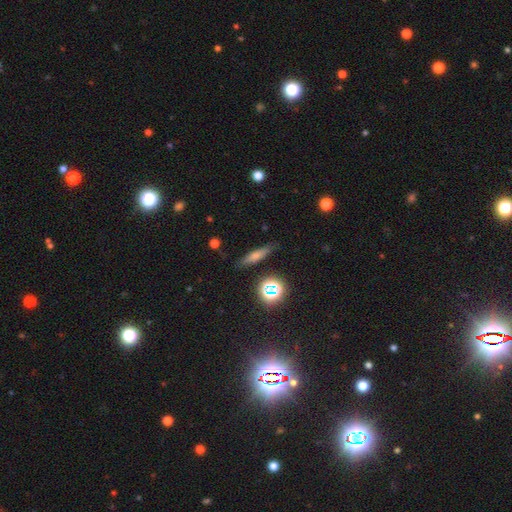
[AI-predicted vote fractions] Morphology: type=smooth (46%); merging=none (85%).